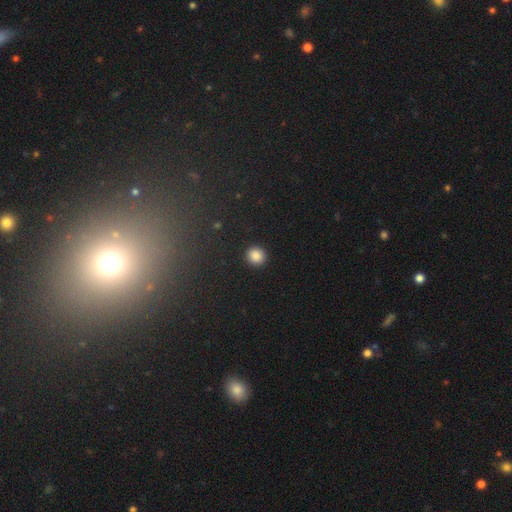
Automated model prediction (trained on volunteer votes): smooth-or-featured: smooth: 87% | star or artifact: 10% | featured or disk: 3%
  how-rounded: round: 92% | in between: 7% | cigar-shaped: 1%
  merging: none: 92% | minor disturbance: 5% | major disturbance: 2% | merger: 1%